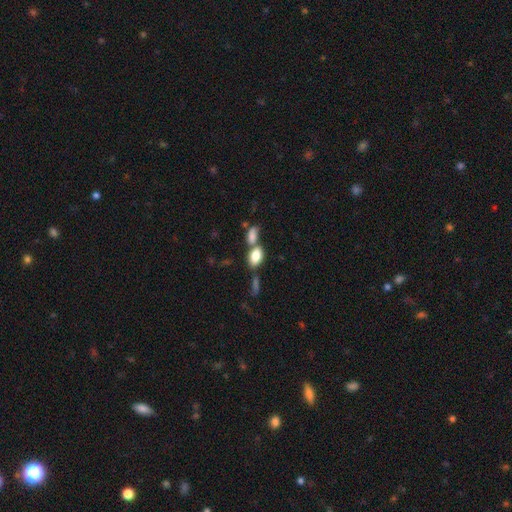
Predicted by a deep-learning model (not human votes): A smooth galaxy with no disk features (80%) that is in between round and cigar-shaped (88%). Merging: merger (47%).